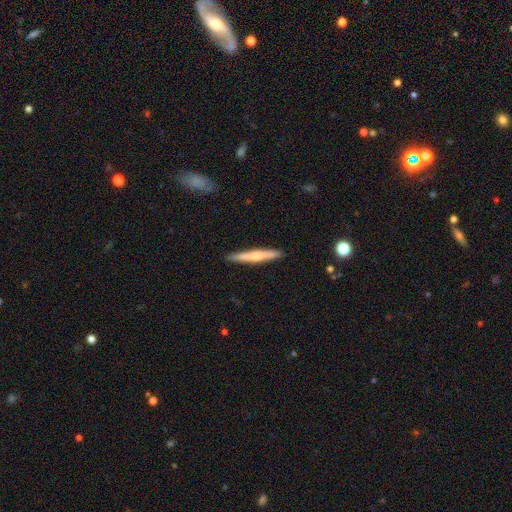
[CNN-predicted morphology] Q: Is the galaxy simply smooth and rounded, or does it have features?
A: smooth — 53%.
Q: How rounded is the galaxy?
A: cigar-shaped — 95%.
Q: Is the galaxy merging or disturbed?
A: none — 90%.